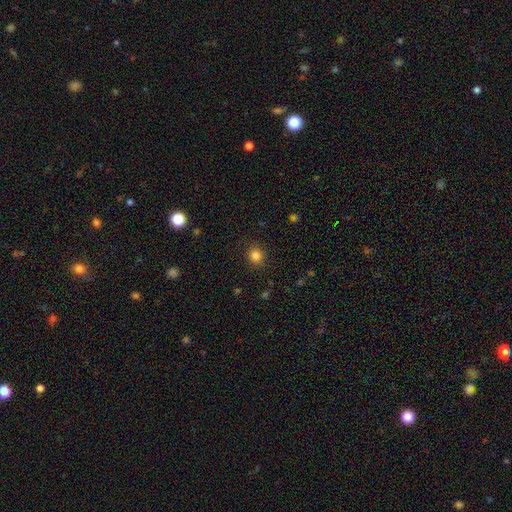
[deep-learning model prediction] smooth_or_featured: smooth (p=0.83) [alt: star or artifact p=0.12]
how_rounded: round (p=0.90) [alt: in between p=0.09]
merging: none (p=0.90) [alt: minor disturbance p=0.06]